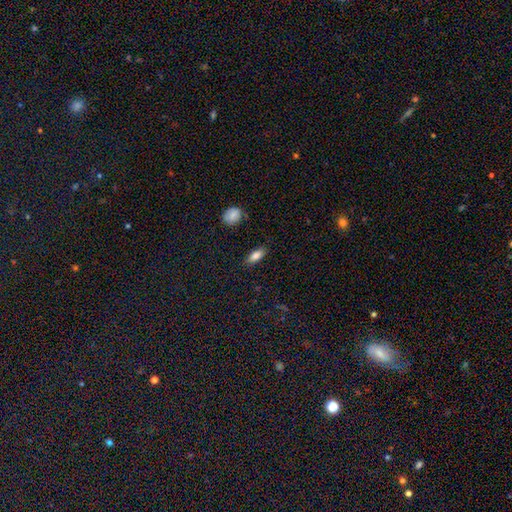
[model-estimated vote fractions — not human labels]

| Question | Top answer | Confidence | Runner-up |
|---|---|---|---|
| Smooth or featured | smooth | 82% | featured or disk (10%) |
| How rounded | in between | 80% | cigar-shaped (17%) |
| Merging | none | 86% | minor disturbance (11%) |